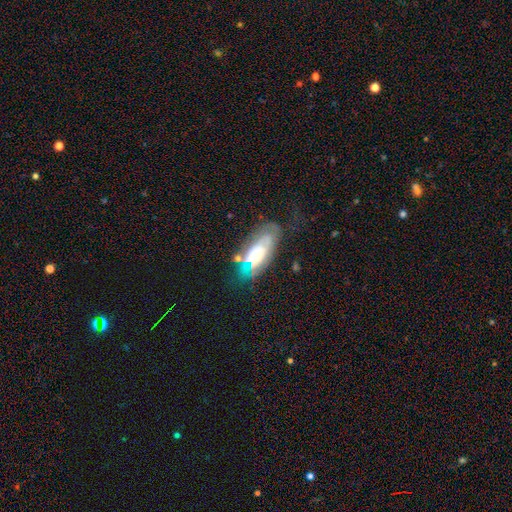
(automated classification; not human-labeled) This is possibly a featured or disk galaxy (56%). It is clearly not viewed edge-on (81%). Merging: possibly none (48%).